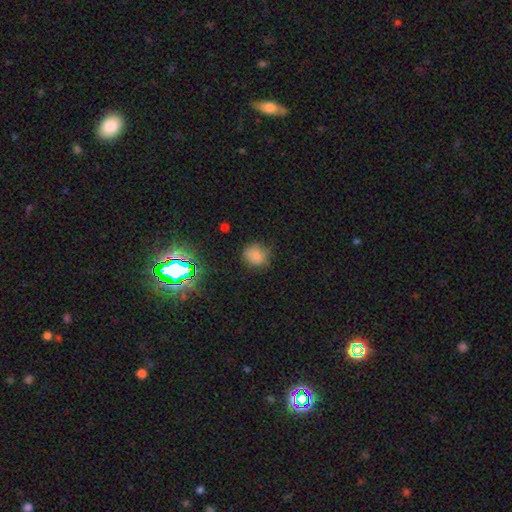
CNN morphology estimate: A smooth galaxy with no disk features (74%) that is round (80%). Merging: none (68%).